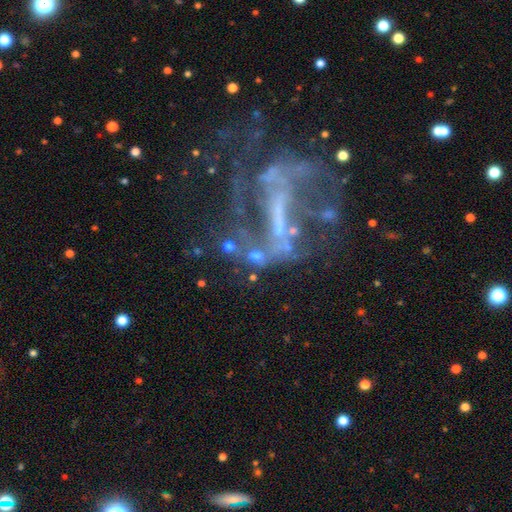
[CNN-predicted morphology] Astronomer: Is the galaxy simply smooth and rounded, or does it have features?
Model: featured or disk — 39% (runner-up: smooth, 33%).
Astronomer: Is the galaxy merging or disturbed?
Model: none — 40% (runner-up: major disturbance, 23%).